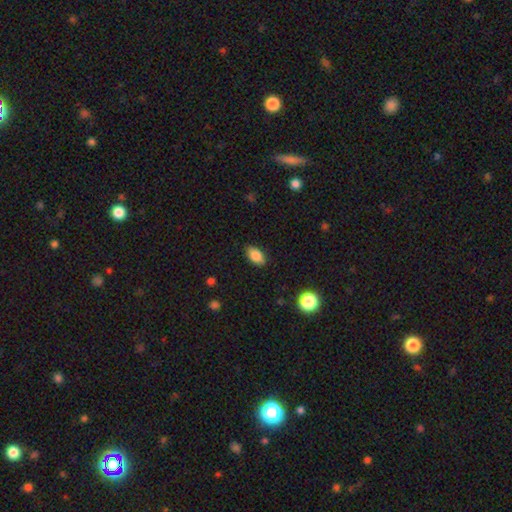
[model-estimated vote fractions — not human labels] smooth 85%, star or artifact 8%, featured or disk 6%. Down the decision tree: how rounded — in between (91%); merging — none (87%).